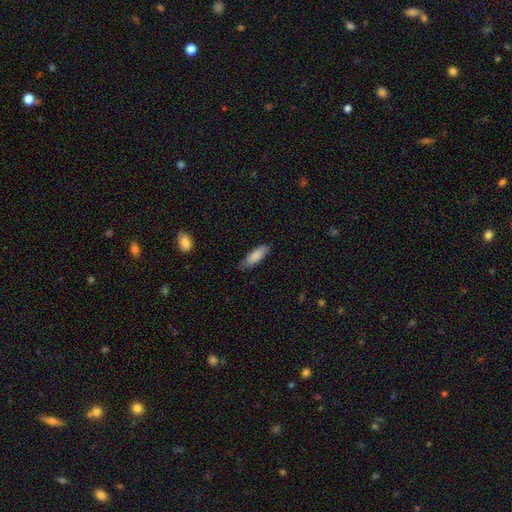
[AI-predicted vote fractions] This appears to be a smooth galaxy with no disk features (86%) that is cigar-shaped (50%). Merging: none (79%).